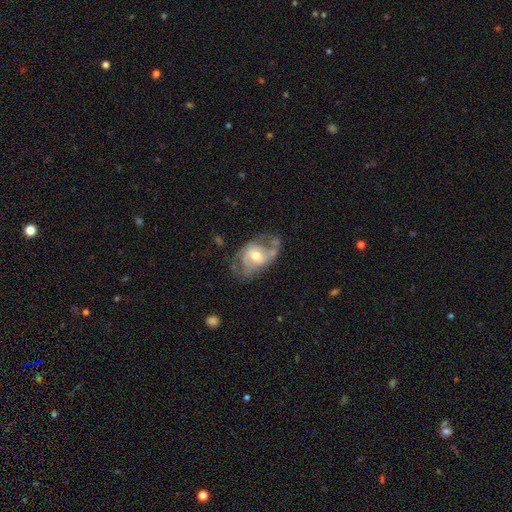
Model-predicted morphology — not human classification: This appears to be a featured or disk galaxy (75%) with no bar (50%), 2 (63%) medium (45%) spiral arms (80%) and a moderate central bulge (69%). Merging: none (43%).